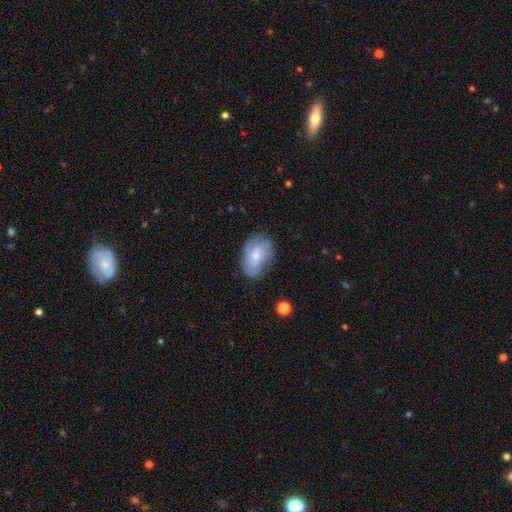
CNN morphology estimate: The model was most divided on "smooth or featured": smooth: 54%, featured or disk: 39%, star or artifact: 7%. More confident: how rounded — in between (87%); merging — none (71%).